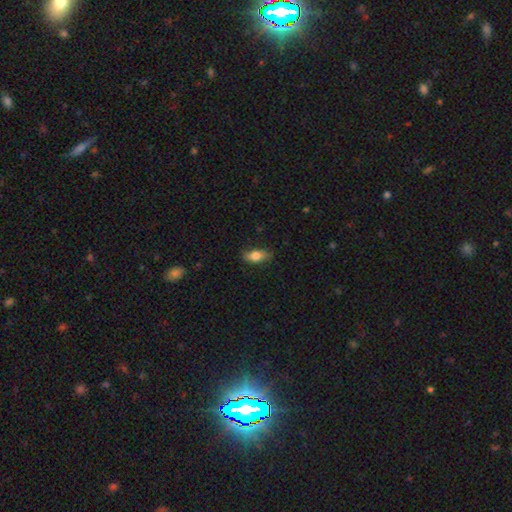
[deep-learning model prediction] smooth_or_featured: smooth (p=0.74) [alt: featured or disk p=0.19]
how_rounded: in between (p=0.81) [alt: cigar-shaped p=0.13]
merging: none (p=0.79) [alt: minor disturbance p=0.17]